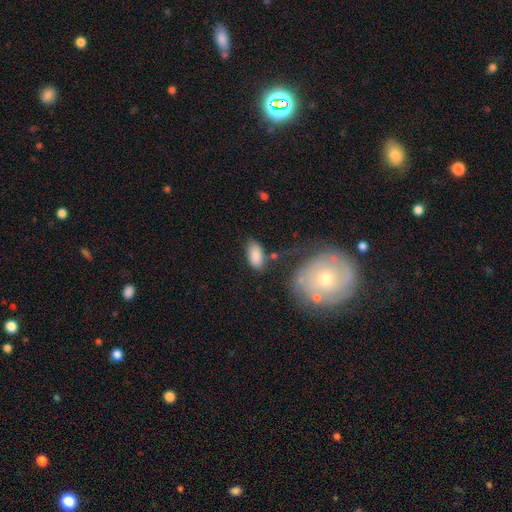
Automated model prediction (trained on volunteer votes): Smooth or featured: smooth — 84% (featured or disk — 9%)
How rounded: in between — 93% (cigar-shaped — 4%)
Merging: none — 67% (minor disturbance — 18%)